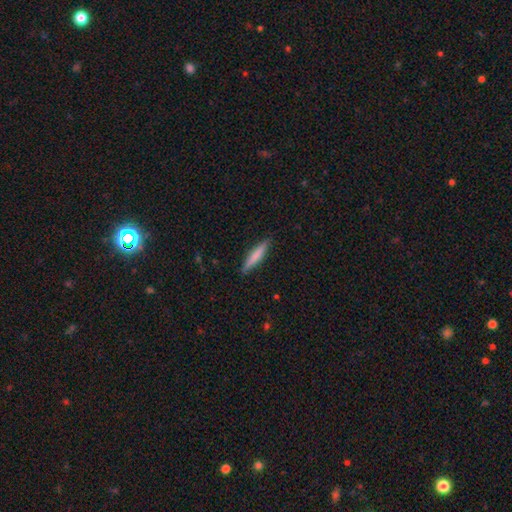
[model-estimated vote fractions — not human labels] A smooth galaxy with no disk features (69%) that is cigar-shaped (91%). Merging: none (89%).